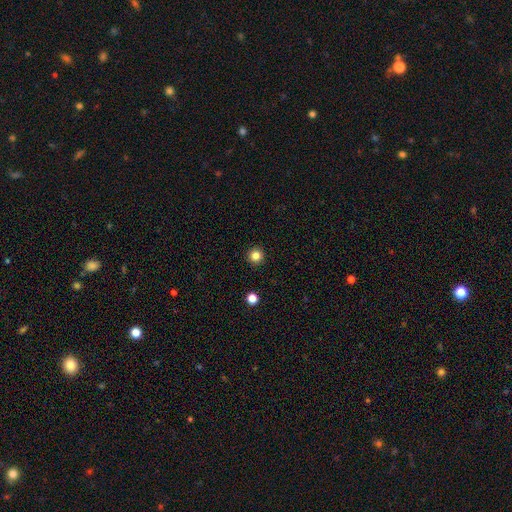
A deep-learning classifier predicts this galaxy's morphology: The model was most divided on "smooth or featured": smooth: 84%, star or artifact: 12%, featured or disk: 4%. More confident: how rounded — round (96%); merging — none (94%).